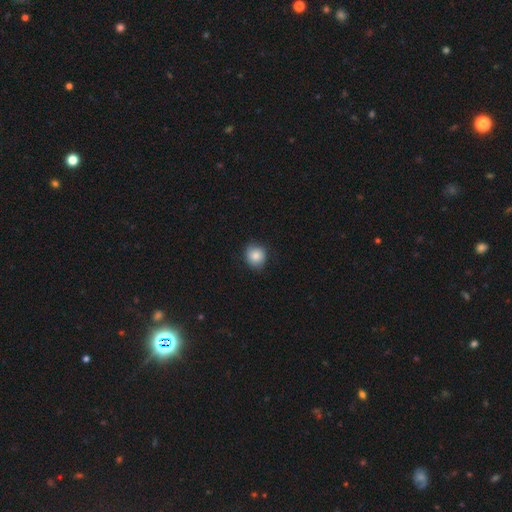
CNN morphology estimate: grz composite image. It shows a smooth galaxy with no disk features (83%) that is round (80%). Merging: none (80%).